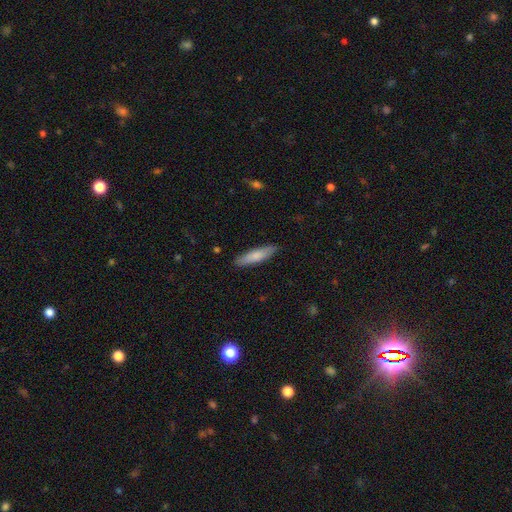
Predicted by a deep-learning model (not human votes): smooth 77%, featured or disk 17%, star or artifact 5%. Down the decision tree: how rounded — cigar-shaped (75%); merging — none (88%).